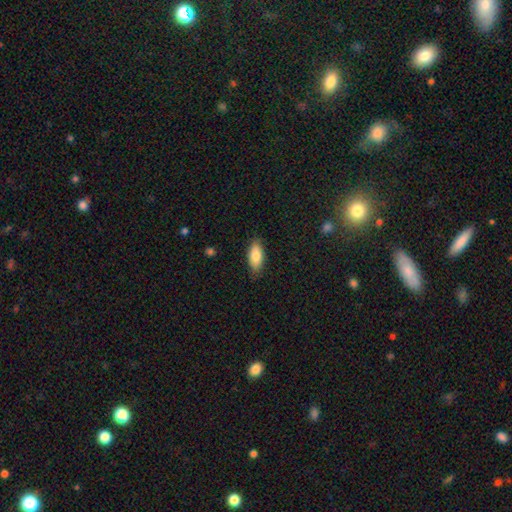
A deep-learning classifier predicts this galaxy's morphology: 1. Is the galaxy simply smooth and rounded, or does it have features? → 82% smooth, 11% featured or disk, 7% star or artifact.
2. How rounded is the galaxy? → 85% in between, 13% cigar-shaped, 2% round.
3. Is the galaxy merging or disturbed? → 85% none, 12% minor disturbance, 2% major disturbance, 1% merger.